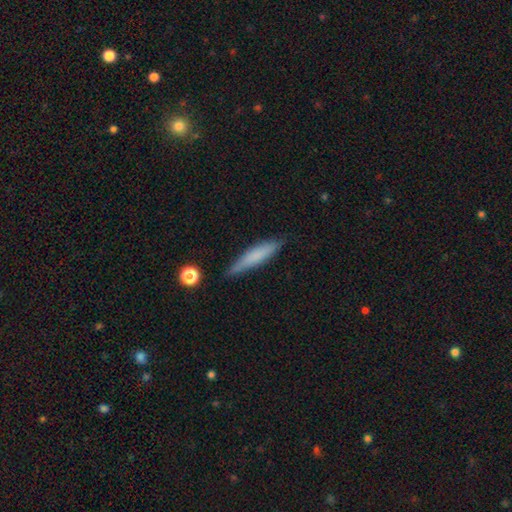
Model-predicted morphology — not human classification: Q: Smooth or featured?
A: smooth (71%); runner-up: featured or disk (23%)
Q: How rounded?
A: cigar-shaped (87%); runner-up: in between (12%)
Q: Merging?
A: none (78%); runner-up: minor disturbance (16%)